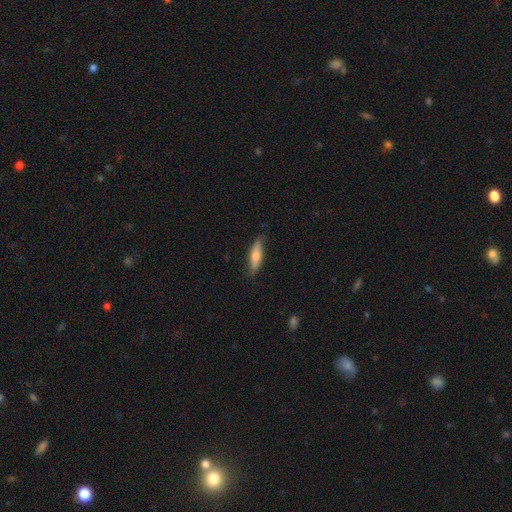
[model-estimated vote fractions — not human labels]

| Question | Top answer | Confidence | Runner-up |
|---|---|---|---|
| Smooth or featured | smooth | 59% | featured or disk (35%) |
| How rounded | cigar-shaped | 62% | in between (36%) |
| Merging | none | 77% | minor disturbance (18%) |